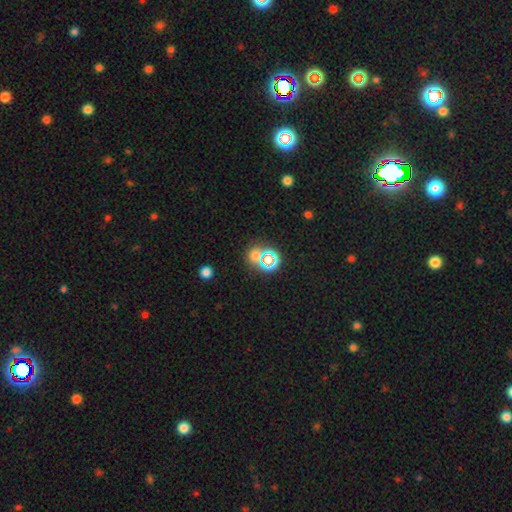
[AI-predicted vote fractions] Smooth or featured: star or artifact — 49% (smooth — 42%)